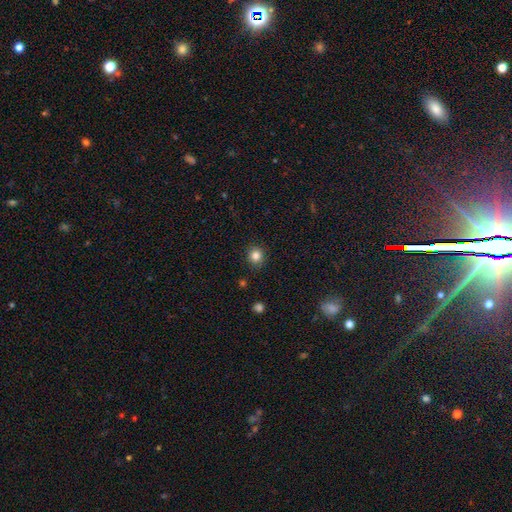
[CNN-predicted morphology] Smooth or featured?
  - smooth: 83% *
  - star or artifact: 12%
  - featured or disk: 5%
How rounded?
  - round: 86% *
  - in between: 13%
  - cigar-shaped: 1%
Merging?
  - none: 90% *
  - minor disturbance: 7%
  - major disturbance: 2%
  - merger: 1%